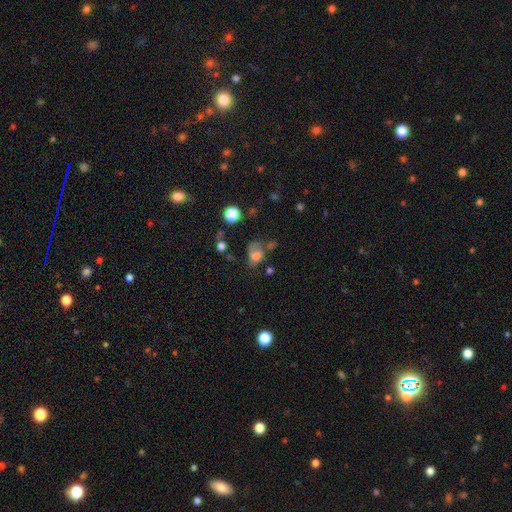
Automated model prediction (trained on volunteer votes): This appears to be a smooth galaxy with no disk features (60%) that is in between round and cigar-shaped (67%). Merging: major disturbance (35%).